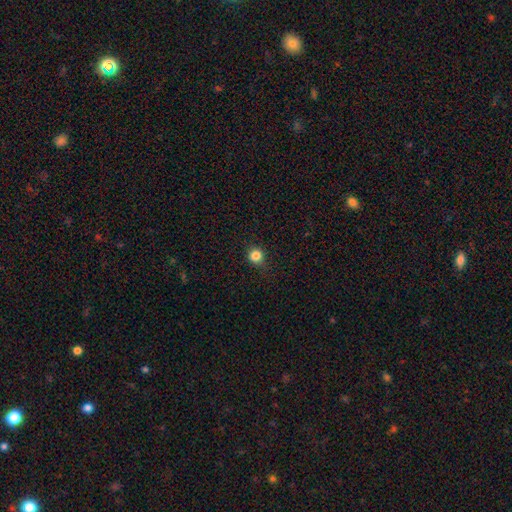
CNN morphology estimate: The model was most divided on "smooth or featured": smooth: 84%, star or artifact: 12%, featured or disk: 4%. More confident: how rounded — round (92%); merging — none (87%).